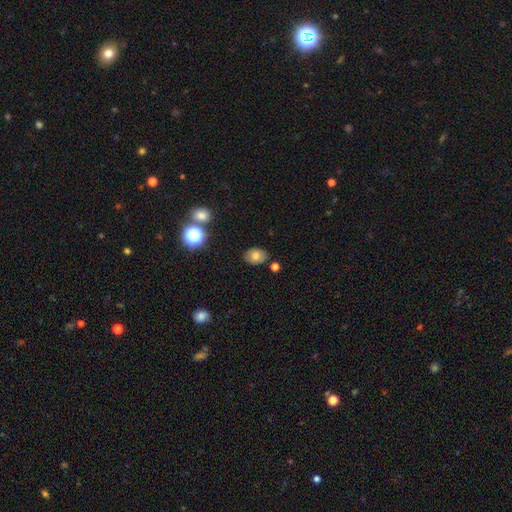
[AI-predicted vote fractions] Smooth or featured? smooth (74%)
How rounded? in between (73%)
Merging? none (82%)